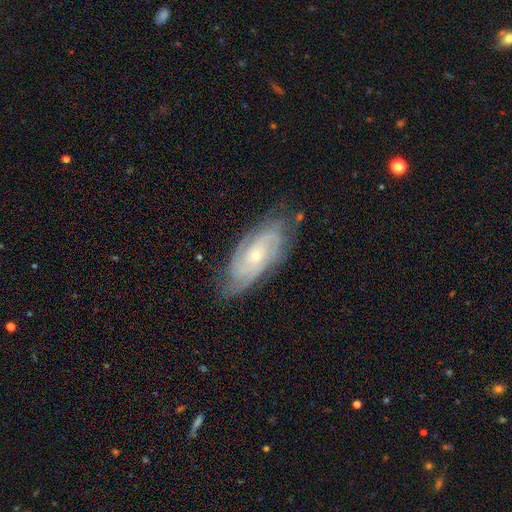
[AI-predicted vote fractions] This appears to be a featured or disk galaxy (84%) with no bar (75%), tight (68%) spiral arms (96%) and a small central bulge (73%). Merging: none (77%).